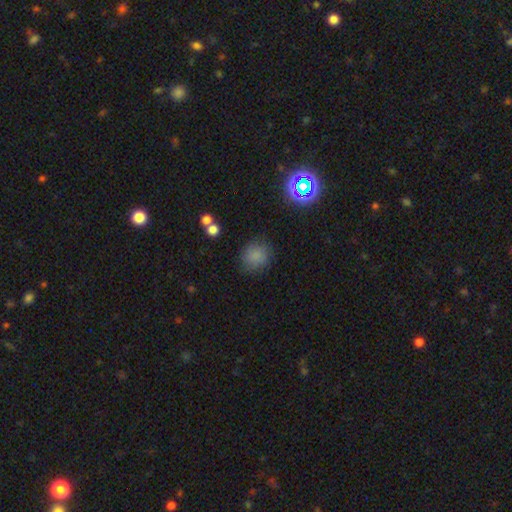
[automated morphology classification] smooth_or_featured: smooth (p=0.79) [alt: star or artifact p=0.13]
how_rounded: round (p=0.80) [alt: in between p=0.18]
merging: none (p=0.78) [alt: minor disturbance p=0.15]